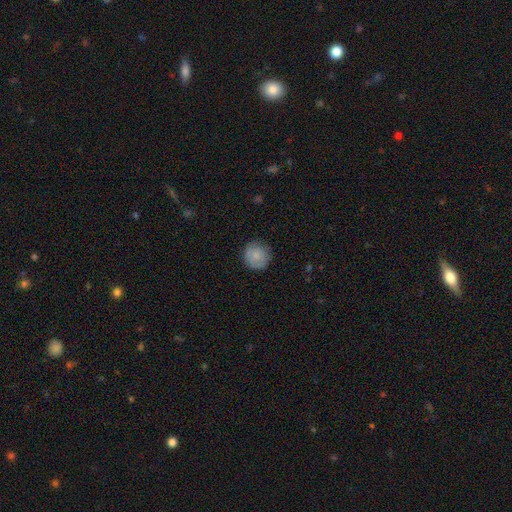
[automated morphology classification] This appears to be a smooth galaxy with no disk features (78%) that is round (92%). Merging: none (81%).